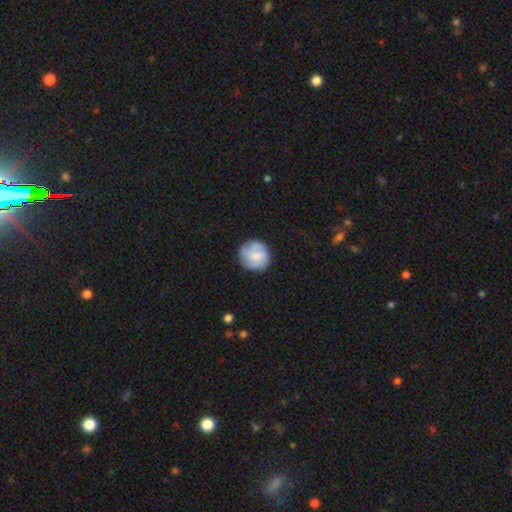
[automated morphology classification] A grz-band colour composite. It shows a smooth galaxy with no disk features (61%) that is round (88%). Merging: none (76%).